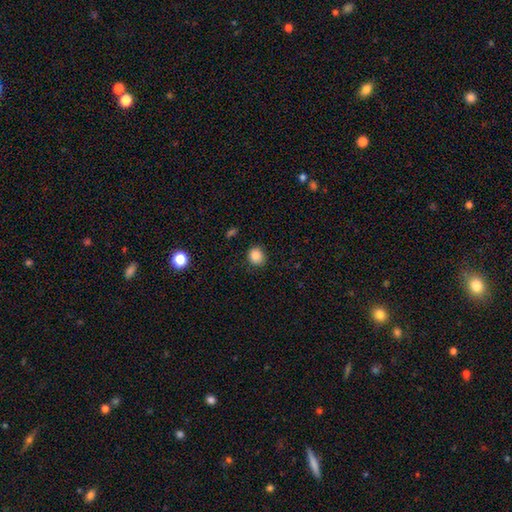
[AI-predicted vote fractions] This appears to be a smooth galaxy with no disk features (86%) that is round (73%). Merging: none (86%).